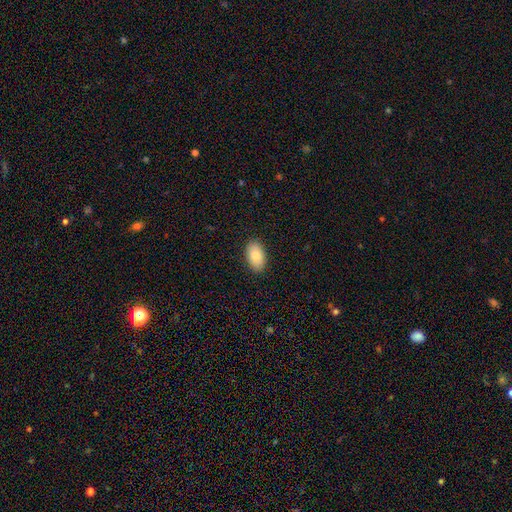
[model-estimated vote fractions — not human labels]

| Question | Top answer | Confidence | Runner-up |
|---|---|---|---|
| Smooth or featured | smooth | 83% | featured or disk (11%) |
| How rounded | in between | 94% | round (4%) |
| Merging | none | 89% | minor disturbance (8%) |